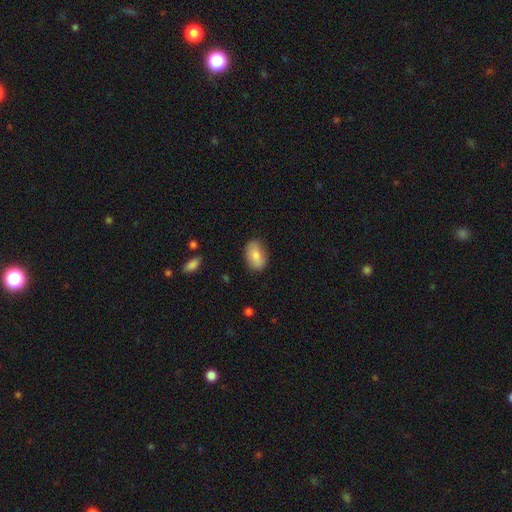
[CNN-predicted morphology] Smooth or featured?
  - smooth: 82% *
  - featured or disk: 11%
  - star or artifact: 7%
How rounded?
  - in between: 88% *
  - round: 10%
  - cigar-shaped: 2%
Merging?
  - none: 81% *
  - minor disturbance: 15%
  - major disturbance: 3%
  - merger: 1%